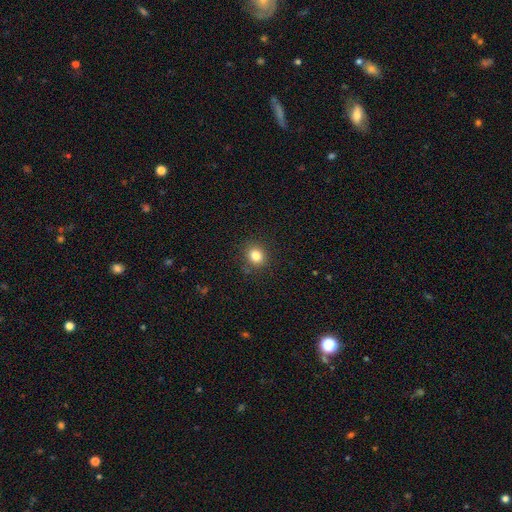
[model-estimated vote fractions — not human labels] Q: Smooth or featured?
A: smooth (83%); runner-up: star or artifact (12%)
Q: How rounded?
A: round (75%); runner-up: in between (24%)
Q: Merging?
A: none (88%); runner-up: minor disturbance (8%)